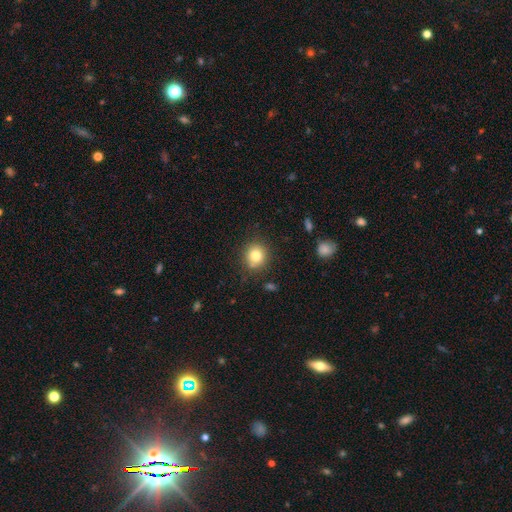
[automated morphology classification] A smooth galaxy with no disk features (80%) that is round (86%). Merging: none (83%).